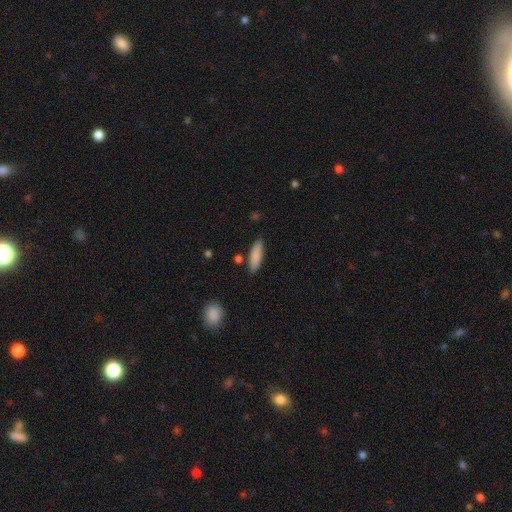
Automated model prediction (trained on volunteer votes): Smooth or featured: smooth — 86% (featured or disk — 8%)
How rounded: cigar-shaped — 60% (in between — 39%)
Merging: none — 84% (minor disturbance — 11%)